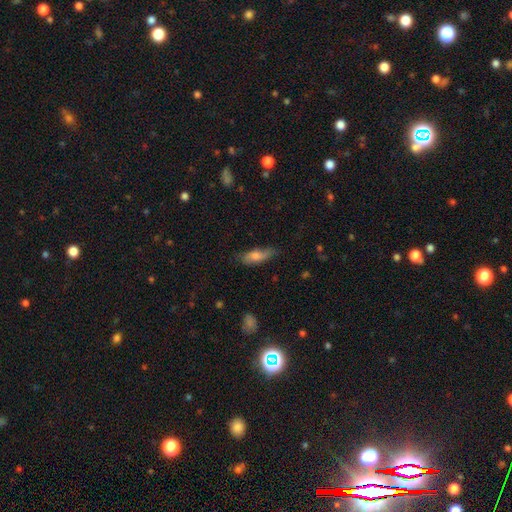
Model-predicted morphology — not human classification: Smooth or featured? smooth (69%)
How rounded? in between (55%)
Merging? none (66%)